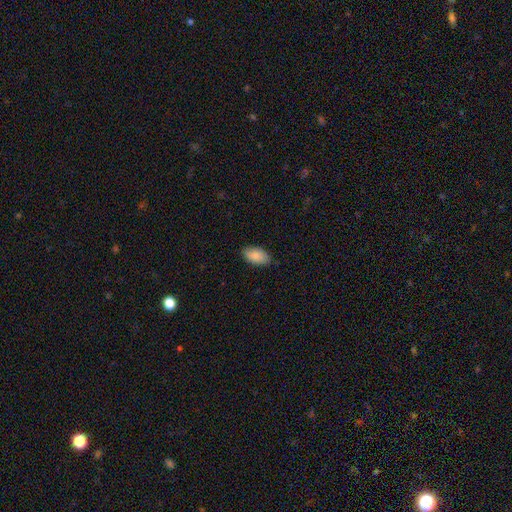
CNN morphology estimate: This appears to be a smooth galaxy with no disk features (86%) that is in between round and cigar-shaped (94%). Merging: none (84%).